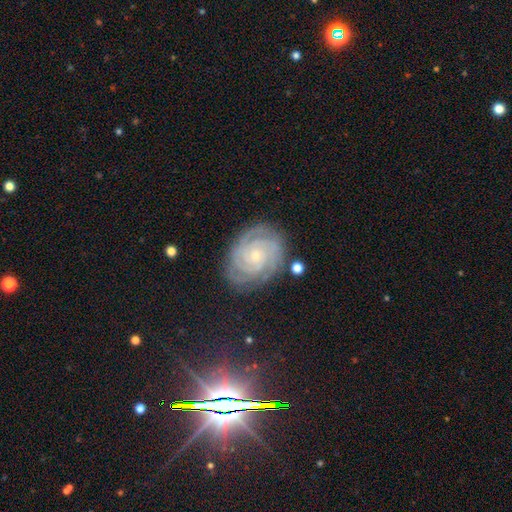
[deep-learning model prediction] This appears to be a featured or disk galaxy (88%) with no bar (76%), 3 (29%) tight (84%) spiral arms (98%) and a small central bulge (81%). Merging: none (81%).